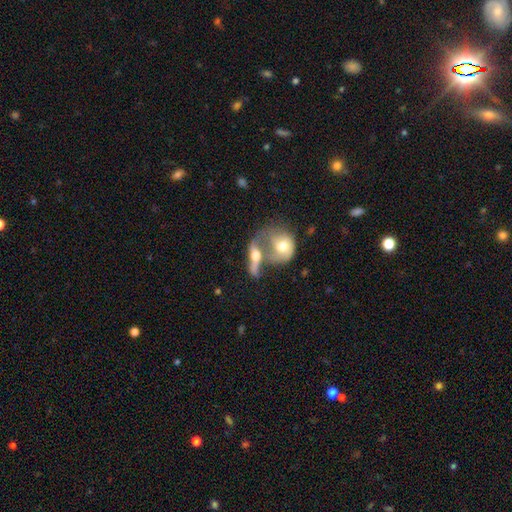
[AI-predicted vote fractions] Smooth or featured? Predicted: featured or disk (p=0.49). Merging? Predicted: merger (p=0.70).